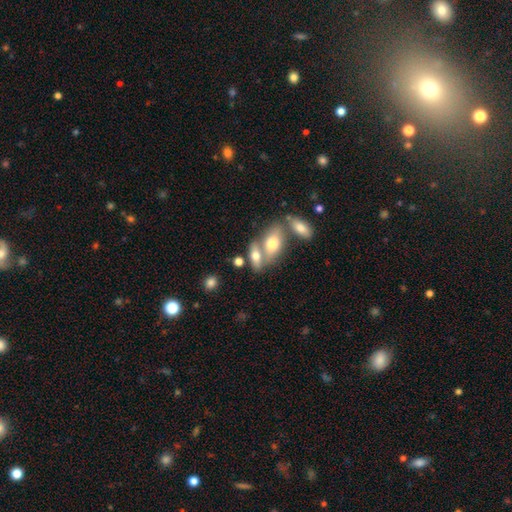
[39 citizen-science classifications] This appears to be a smooth galaxy with no disk features (79%) that is cigar-shaped (61%). Merging: none (51%).